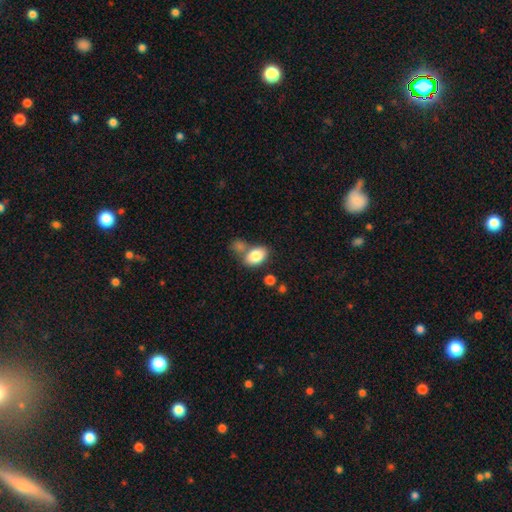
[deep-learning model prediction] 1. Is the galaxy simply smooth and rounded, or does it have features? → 83% smooth, 10% featured or disk, 8% star or artifact.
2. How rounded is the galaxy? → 85% in between, 14% round, 1% cigar-shaped.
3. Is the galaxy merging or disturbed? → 52% none, 30% merger, 13% minor disturbance, 5% major disturbance.